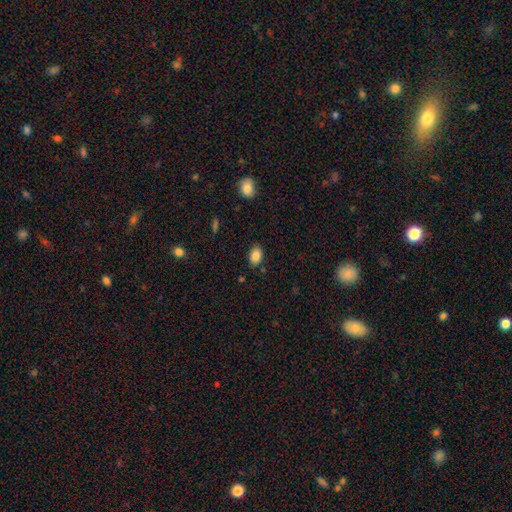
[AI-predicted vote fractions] smooth-or-featured: smooth: 86% | star or artifact: 8% | featured or disk: 6%
  how-rounded: in between: 86% | round: 13% | cigar-shaped: 1%
  merging: none: 84% | minor disturbance: 11% | major disturbance: 3% | merger: 2%